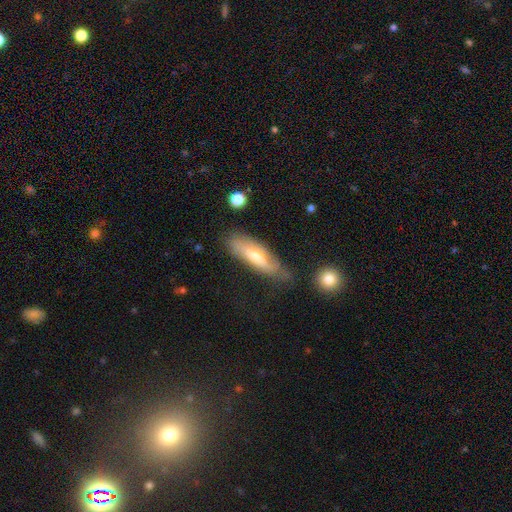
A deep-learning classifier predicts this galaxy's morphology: A smooth galaxy with no disk features (53%) that is cigar-shaped (56%).

Vote fractions:
- Smooth or featured? smooth: 53% / featured or disk: 40% / star or artifact: 6%
- How rounded? cigar-shaped: 56% / in between: 43% / round: 2%
- Merging? none: 60% / minor disturbance: 27% / major disturbance: 9% / merger: 4%